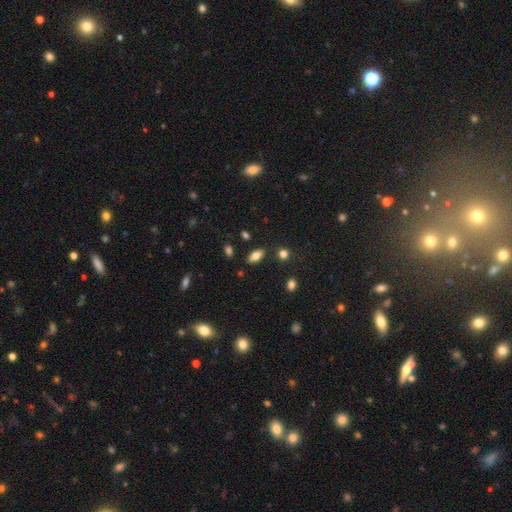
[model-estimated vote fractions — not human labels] Smooth or featured?
  - smooth: 76% *
  - featured or disk: 14%
  - star or artifact: 10%
How rounded?
  - in between: 87% *
  - cigar-shaped: 9%
  - round: 4%
Merging?
  - none: 83% *
  - minor disturbance: 11%
  - merger: 4%
  - major disturbance: 3%